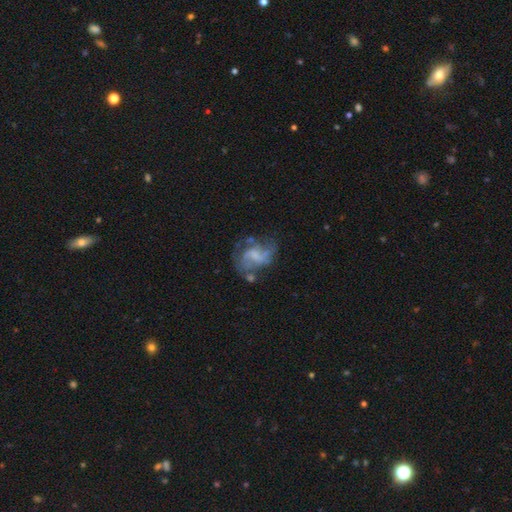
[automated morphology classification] smooth-or-featured: featured or disk: 68% | smooth: 22% | star or artifact: 10%
  disk-edge-on: no: 98% | yes: 2%
    bar: no: 47% | weak: 42% | strong: 11%
    has-spiral-arms: yes: 69% | no: 31%
    bulge-size: none: 44% | small: 27% | moderate: 21% | large: 6% | dominant: 1%
  merging: none: 39% | major disturbance: 29% | minor disturbance: 21% | merger: 10%